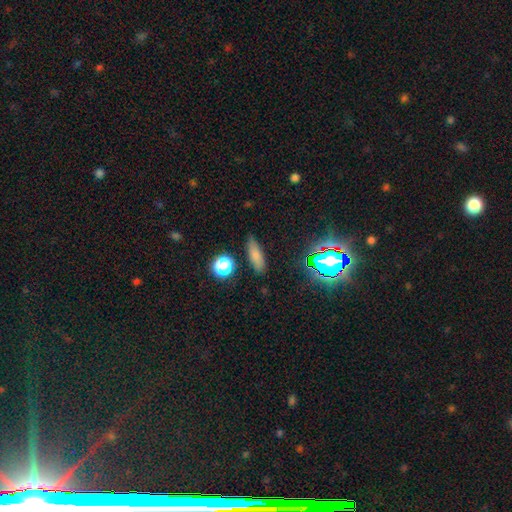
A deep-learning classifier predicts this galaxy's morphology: This is likely a smooth galaxy (74%). How rounded: possibly in between (53%). Merging: clearly none (84%).